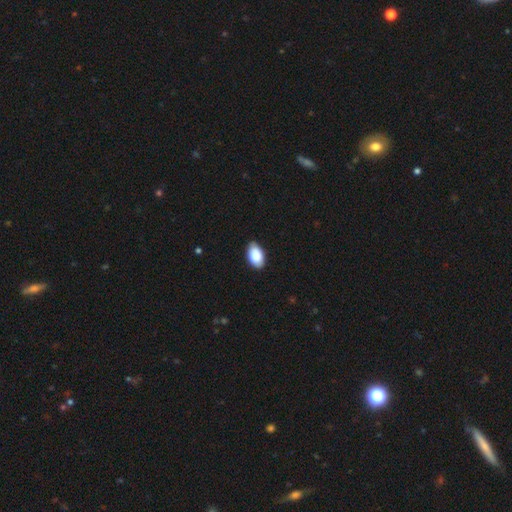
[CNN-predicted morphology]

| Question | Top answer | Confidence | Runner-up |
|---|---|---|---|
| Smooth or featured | smooth | 88% | featured or disk (6%) |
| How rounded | in between | 94% | round (5%) |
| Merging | none | 84% | minor disturbance (13%) |